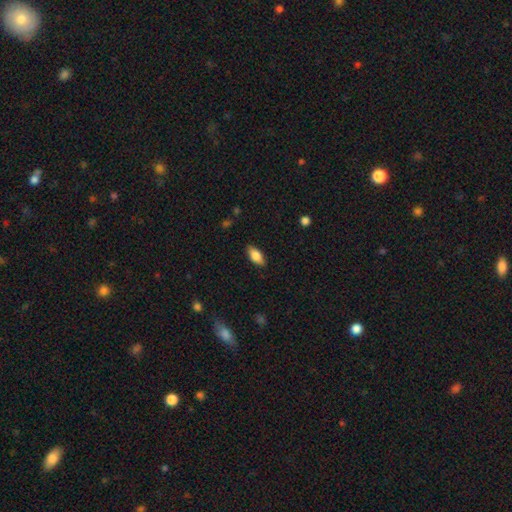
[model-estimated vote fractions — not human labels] A smooth galaxy with no disk features (79%) that is in between round and cigar-shaped (87%).

Vote fractions:
- Smooth or featured? smooth: 79% / featured or disk: 15% / star or artifact: 7%
- How rounded? in between: 87% / cigar-shaped: 10% / round: 3%
- Merging? none: 87% / minor disturbance: 10% / major disturbance: 2% / merger: 1%